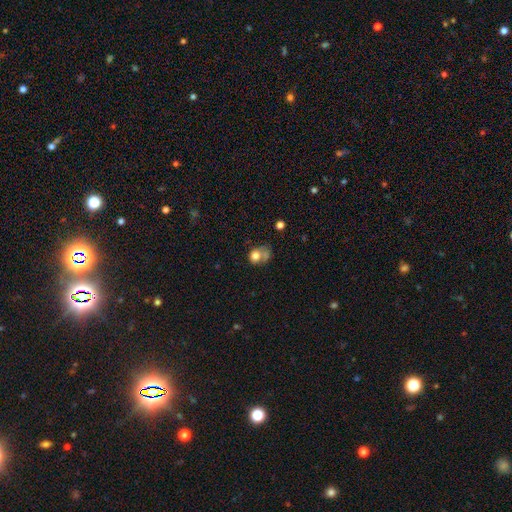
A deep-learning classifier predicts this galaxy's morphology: This appears to be a smooth galaxy with no disk features (69%) that is round (55%). Merging: major disturbance (29%, tied with none).